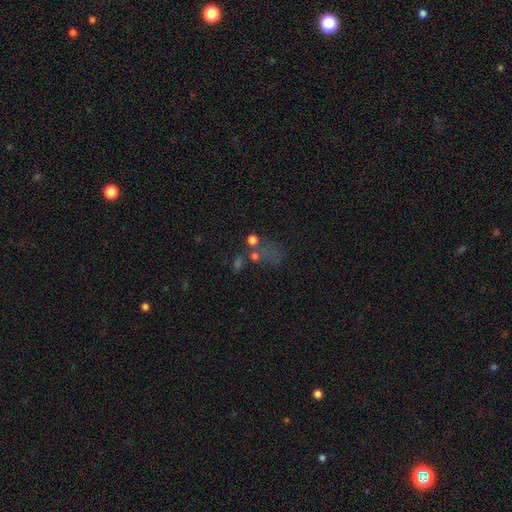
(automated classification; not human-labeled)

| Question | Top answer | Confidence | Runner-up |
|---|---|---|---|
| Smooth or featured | star or artifact | 40% | smooth (39%) |